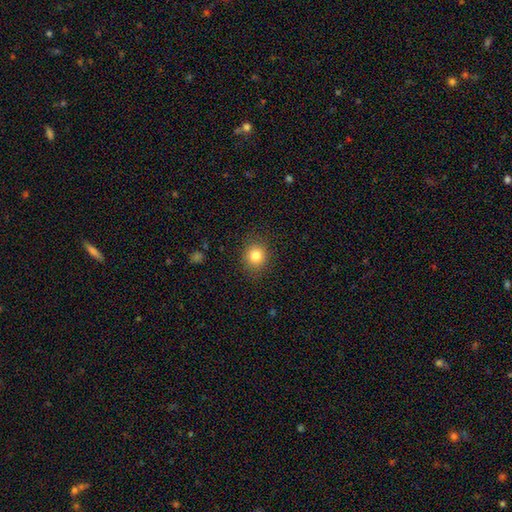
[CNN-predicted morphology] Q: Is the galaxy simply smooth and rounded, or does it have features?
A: smooth — 82%.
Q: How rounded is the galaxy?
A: round — 81%.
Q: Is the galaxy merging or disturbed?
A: none — 87%.